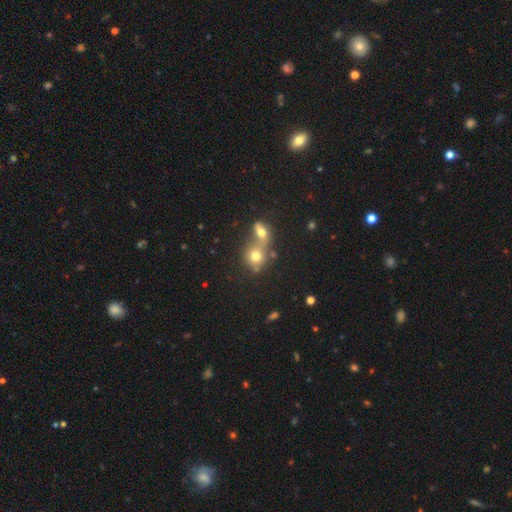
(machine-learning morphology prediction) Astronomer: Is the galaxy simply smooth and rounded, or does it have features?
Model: smooth — 71%.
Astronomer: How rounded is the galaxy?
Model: round — 74%.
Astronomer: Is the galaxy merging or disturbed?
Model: merger — 59%.